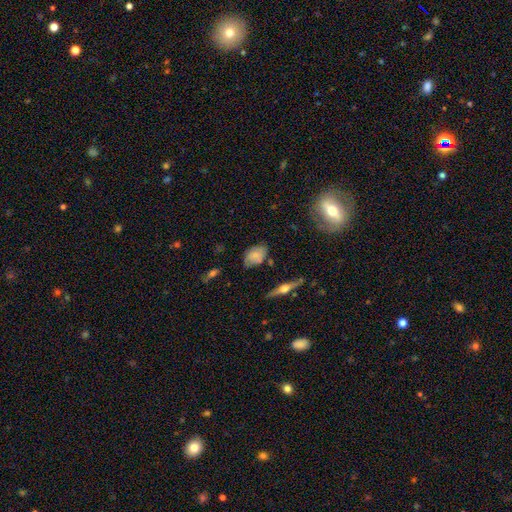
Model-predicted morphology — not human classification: Q: Smooth or featured?
A: smooth (59%); runner-up: featured or disk (32%)
Q: How rounded?
A: in between (83%); runner-up: round (15%)
Q: Merging?
A: none (69%); runner-up: minor disturbance (23%)